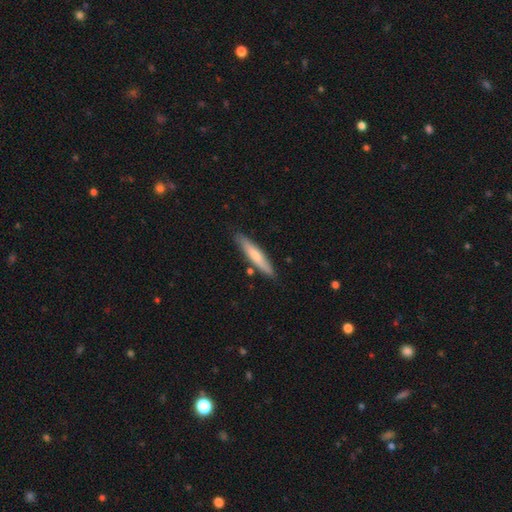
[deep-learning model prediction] Q: Smooth or featured?
A: smooth (64%); runner-up: featured or disk (30%)
Q: How rounded?
A: cigar-shaped (90%); runner-up: in between (9%)
Q: Merging?
A: none (84%); runner-up: minor disturbance (11%)